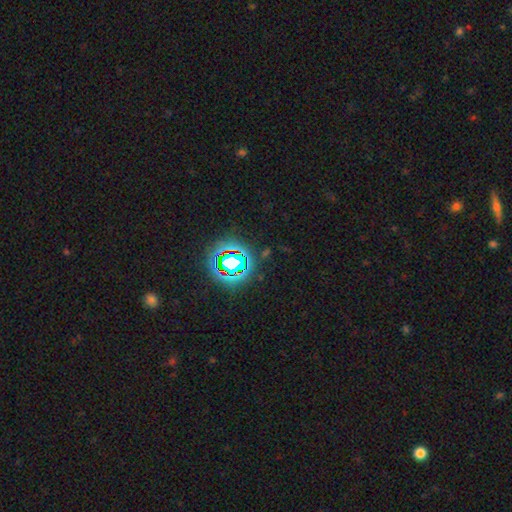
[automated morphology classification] This appears to be a star or artifact, not a galaxy (79%).